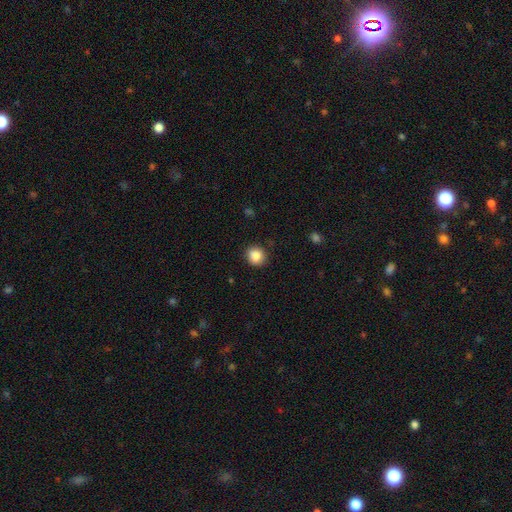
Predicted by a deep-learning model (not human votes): A smooth galaxy with no disk features (86%) that is round (90%). Merging: none (90%).